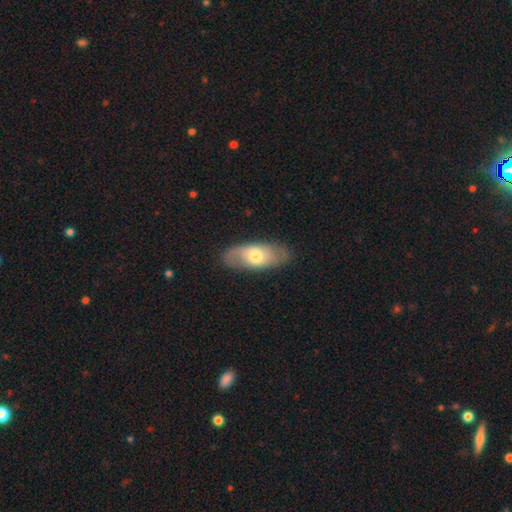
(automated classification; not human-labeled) The model was most divided on "smooth or featured": smooth: 56%, featured or disk: 37%, star or artifact: 6%. More confident: how rounded — in between (85%); merging — none (80%).